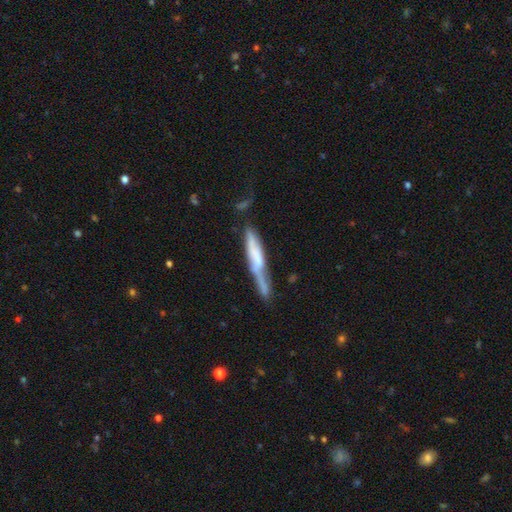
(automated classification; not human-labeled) smooth_or_featured: featured or disk (p=0.52) [alt: smooth p=0.41]
disk_edge_on: yes (p=0.81) [alt: no p=0.19]
merging: none (p=0.45) [alt: minor disturbance p=0.29]